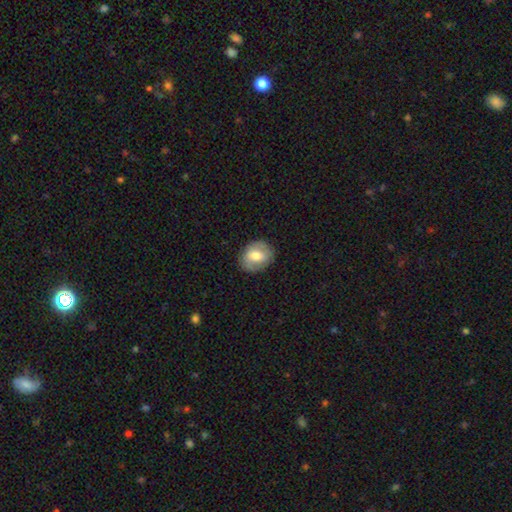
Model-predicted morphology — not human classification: smooth_or_featured: smooth (p=0.56) [alt: featured or disk p=0.37]
how_rounded: round (p=0.54) [alt: in between p=0.45]
merging: none (p=0.83) [alt: minor disturbance p=0.12]